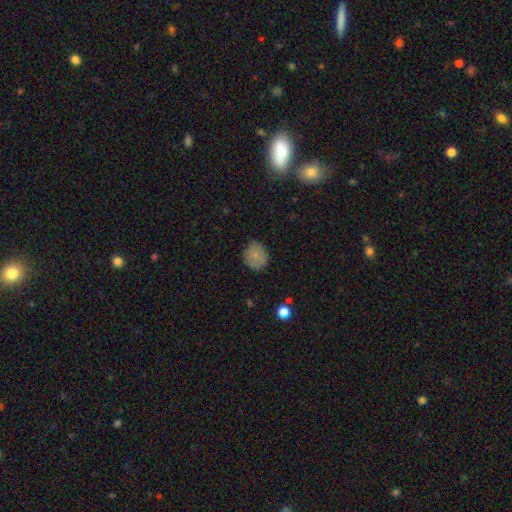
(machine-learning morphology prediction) Smooth or featured: smooth — 71% (featured or disk — 19%)
How rounded: round — 79% (in between — 20%)
Merging: none — 76% (minor disturbance — 19%)